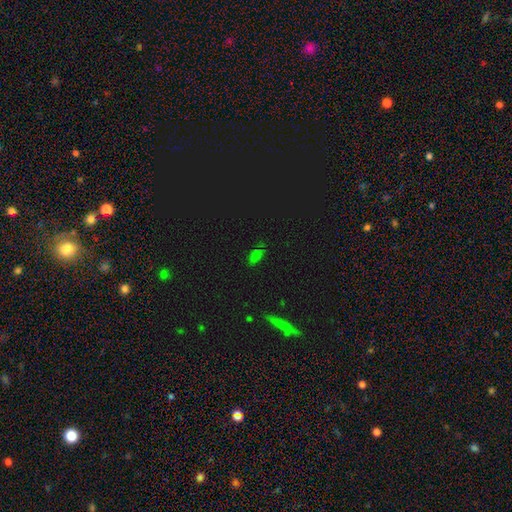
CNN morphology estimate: This appears to be a smooth galaxy with no disk features (61%) that is in between round and cigar-shaped (80%). Merging: none (71%).